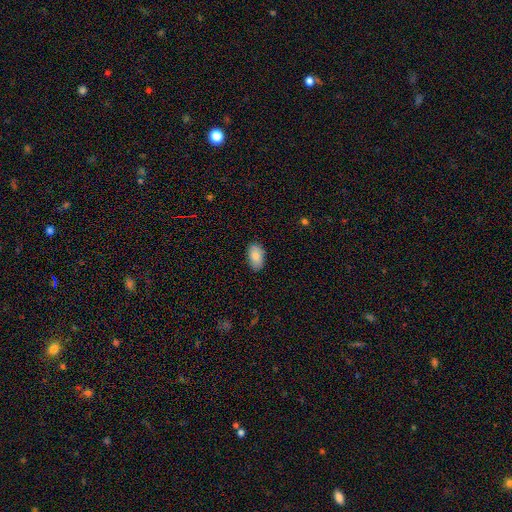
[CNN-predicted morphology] Smooth or featured?
  - smooth: 83% *
  - featured or disk: 10%
  - star or artifact: 7%
How rounded?
  - in between: 93% *
  - round: 5%
  - cigar-shaped: 2%
Merging?
  - none: 85% *
  - minor disturbance: 12%
  - major disturbance: 2%
  - merger: 1%